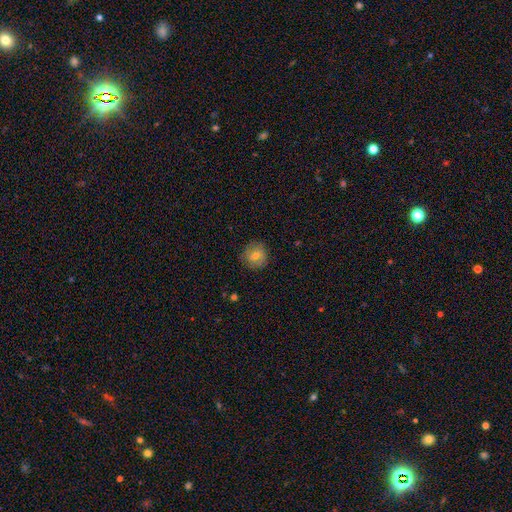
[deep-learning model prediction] Smooth or featured? Predicted: smooth (p=0.68). How rounded? Predicted: round (p=0.90). Merging? Predicted: none (p=0.84).